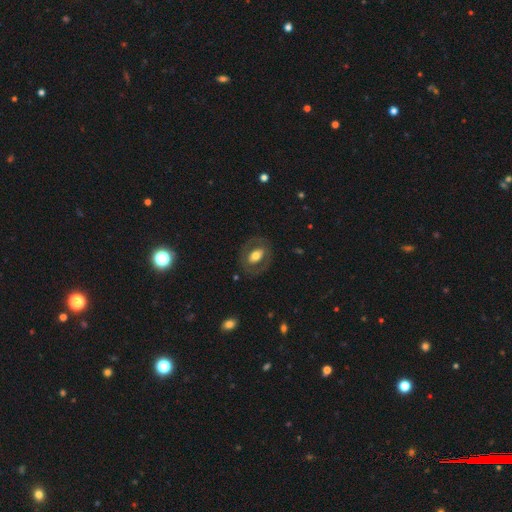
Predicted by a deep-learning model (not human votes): Q: Smooth or featured?
A: smooth (53%); runner-up: featured or disk (40%)
Q: How rounded?
A: in between (76%); runner-up: round (23%)
Q: Merging?
A: none (79%); runner-up: minor disturbance (12%)